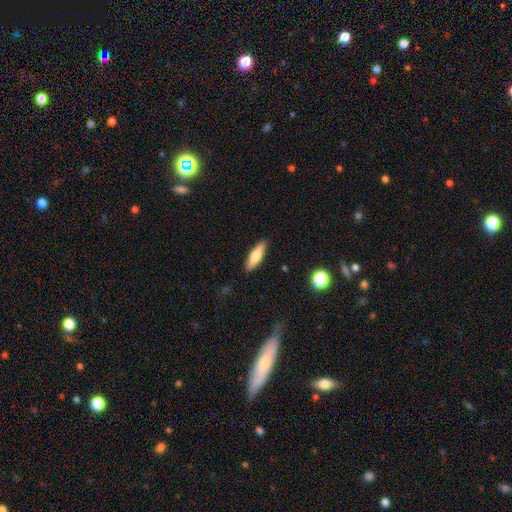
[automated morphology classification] A smooth galaxy with no disk features (69%) that is cigar-shaped (57%). Merging: none (89%).